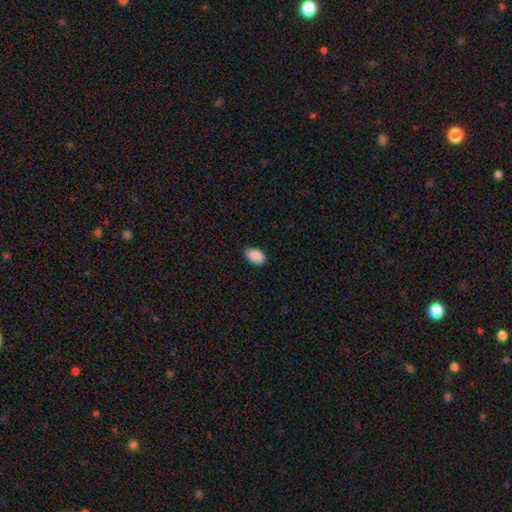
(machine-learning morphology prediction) Smooth or featured?
  - smooth: 90% *
  - star or artifact: 7%
  - featured or disk: 3%
How rounded?
  - in between: 89% *
  - round: 10%
  - cigar-shaped: 1%
Merging?
  - none: 84% *
  - minor disturbance: 13%
  - major disturbance: 2%
  - merger: 1%